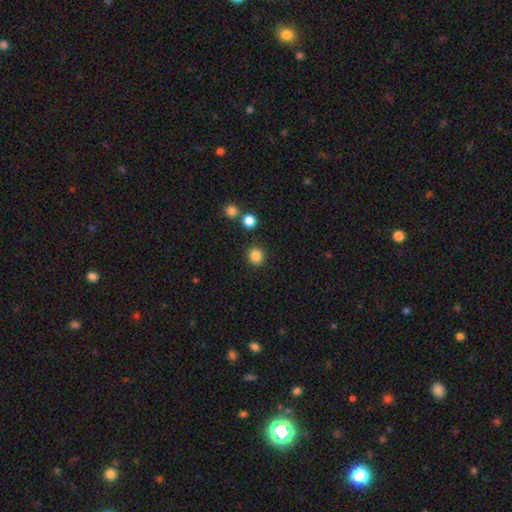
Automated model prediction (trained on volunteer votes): Overall: smooth (85%). How rounded: round (90%). Merging: none (89%).